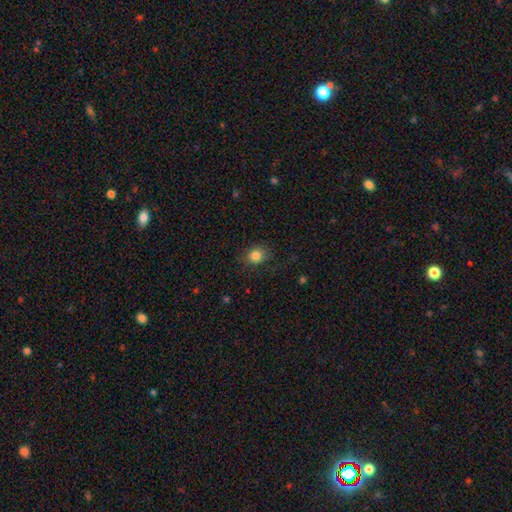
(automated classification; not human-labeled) A smooth galaxy with no disk features (83%) that is round (64%). Merging: none (79%).